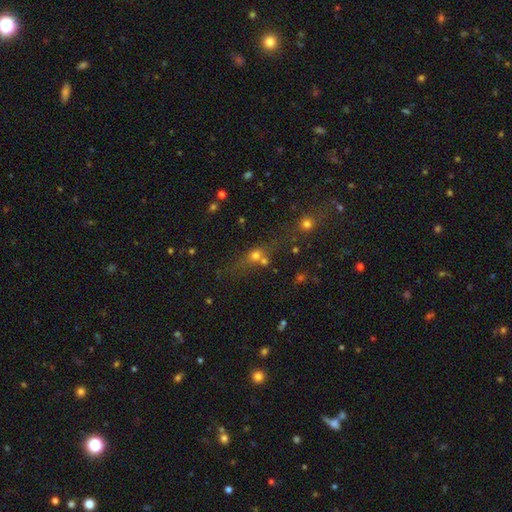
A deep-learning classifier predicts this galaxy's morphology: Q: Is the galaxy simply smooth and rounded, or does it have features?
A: smooth — 58%.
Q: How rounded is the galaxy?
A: round — 60%.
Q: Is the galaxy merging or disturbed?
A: none — 45%.